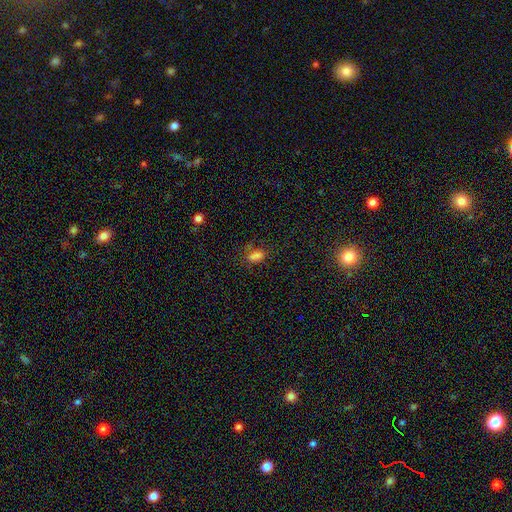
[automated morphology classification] Smooth or featured?
  - smooth: 73% *
  - star or artifact: 20%
  - featured or disk: 7%
How rounded?
  - in between: 84% *
  - round: 10%
  - cigar-shaped: 6%
Merging?
  - none: 64% *
  - minor disturbance: 20%
  - major disturbance: 10%
  - merger: 6%